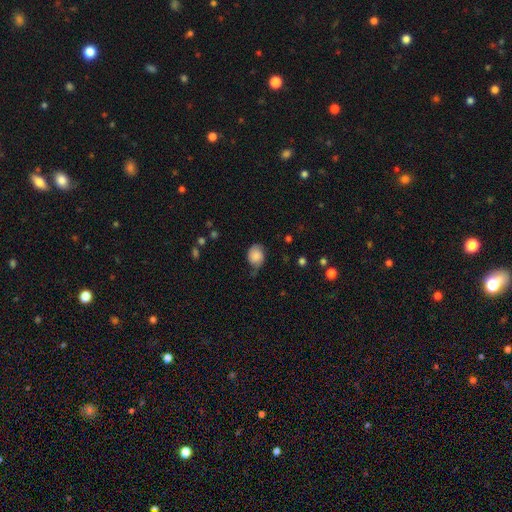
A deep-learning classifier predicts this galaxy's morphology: smooth 72%, featured or disk 19%, star or artifact 9%. Down the decision tree: how rounded — in between (54%); merging — none (49%).